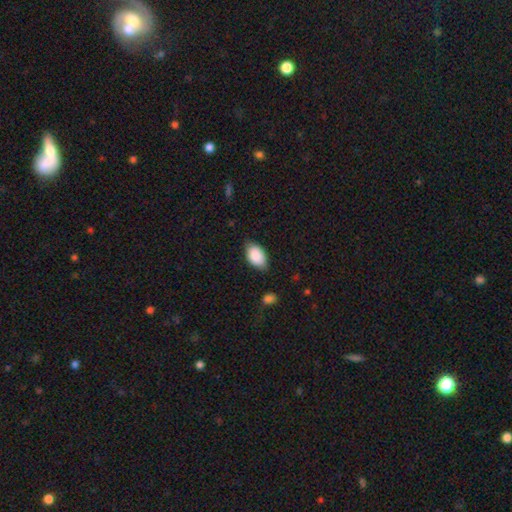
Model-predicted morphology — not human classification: Smooth or featured? smooth (87%)
How rounded? in between (92%)
Merging? none (74%)